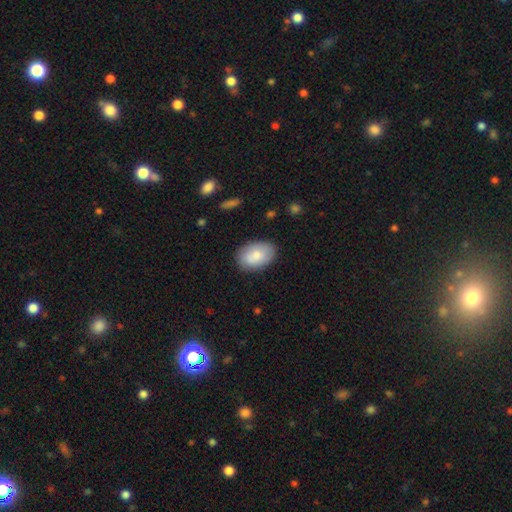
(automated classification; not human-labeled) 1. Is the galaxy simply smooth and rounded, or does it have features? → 77% smooth, 17% featured or disk, 6% star or artifact.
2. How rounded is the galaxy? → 87% in between, 12% round, 1% cigar-shaped.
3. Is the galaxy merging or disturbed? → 82% none, 14% minor disturbance, 3% major disturbance, 1% merger.